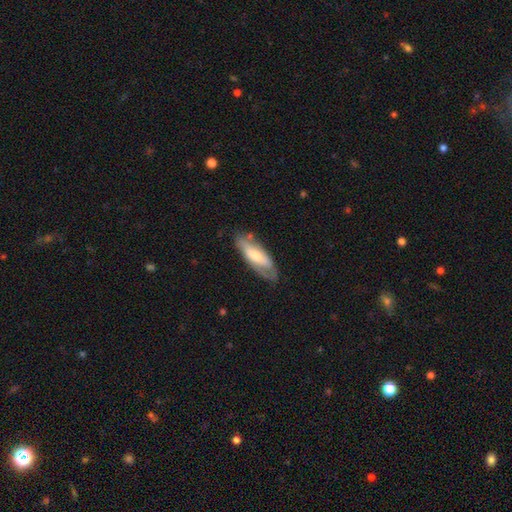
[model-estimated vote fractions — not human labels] smooth 48%, featured or disk 46%, star or artifact 6%. Down the decision tree: merging — none (66%).